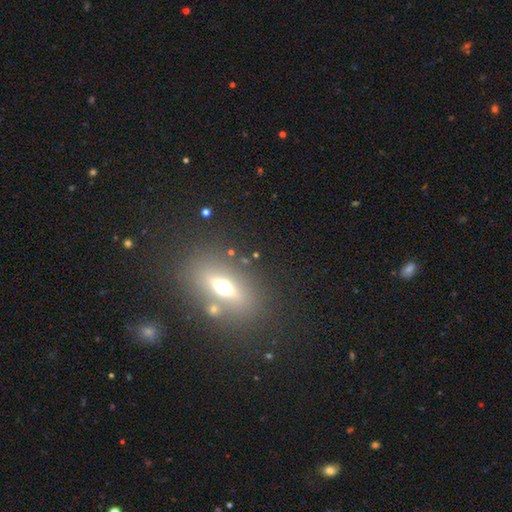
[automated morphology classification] Smooth or featured?
  - smooth: 43% *
  - featured or disk: 38%
  - star or artifact: 19%
Merging?
  - none: 79% *
  - minor disturbance: 10%
  - merger: 6%
  - major disturbance: 5%